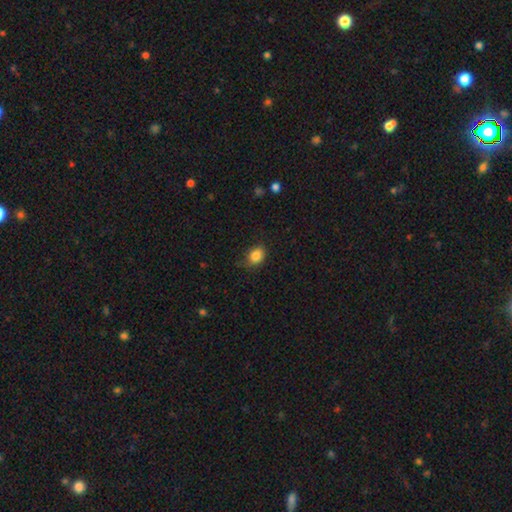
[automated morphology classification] The model was most divided on "how rounded": in between: 50%, round: 49%, cigar-shaped: 1%. More confident: smooth or featured — smooth (84%); merging — none (74%).